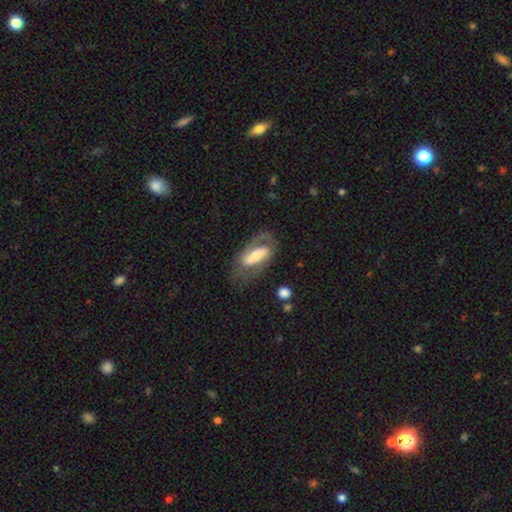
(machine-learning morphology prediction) Q: Smooth or featured?
A: featured or disk (71%); runner-up: smooth (23%)
Q: Edge-on disk?
A: no (91%); runner-up: yes (9%)
Q: Bar?
A: strong (52%); runner-up: weak (30%)
Q: Spiral arms?
A: yes (82%); runner-up: no (18%)
Q: Spiral winding?
A: medium (45%); runner-up: tight (29%)
Q: Spiral arm count?
A: 2 (69%); runner-up: 1 (19%)
Q: Bulge size?
A: moderate (50%); runner-up: small (27%)
Q: Merging?
A: none (59%); runner-up: minor disturbance (20%)